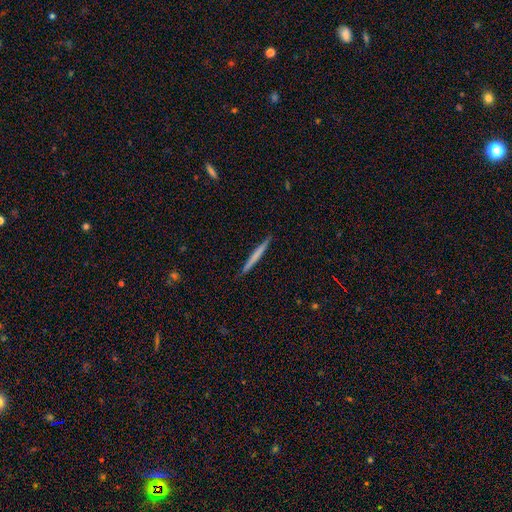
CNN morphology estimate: Q: Smooth or featured?
A: smooth (57%); runner-up: featured or disk (38%)
Q: How rounded?
A: cigar-shaped (97%); runner-up: in between (2%)
Q: Merging?
A: none (92%); runner-up: minor disturbance (6%)